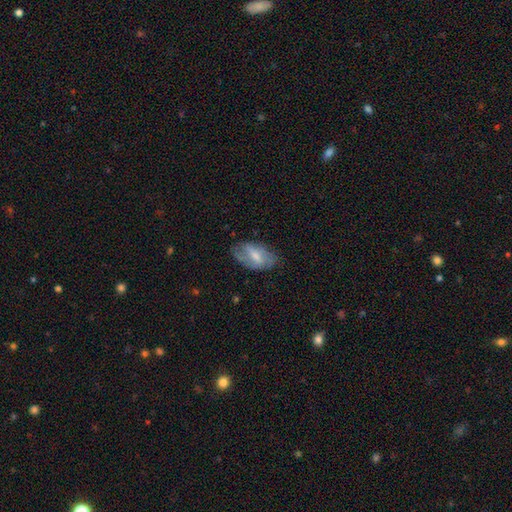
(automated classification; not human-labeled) Q: Smooth or featured?
A: smooth (47%); tied with: featured or disk (47%)
Q: Merging?
A: none (65%); runner-up: minor disturbance (25%)